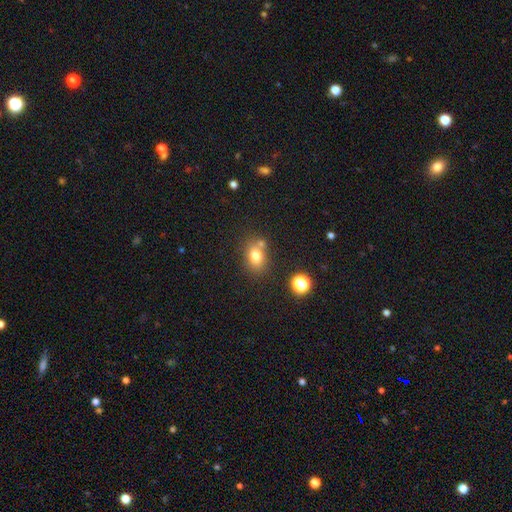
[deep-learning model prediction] This appears to be a smooth galaxy with no disk features (76%) that is in between round and cigar-shaped (57%). Merging: none (62%).